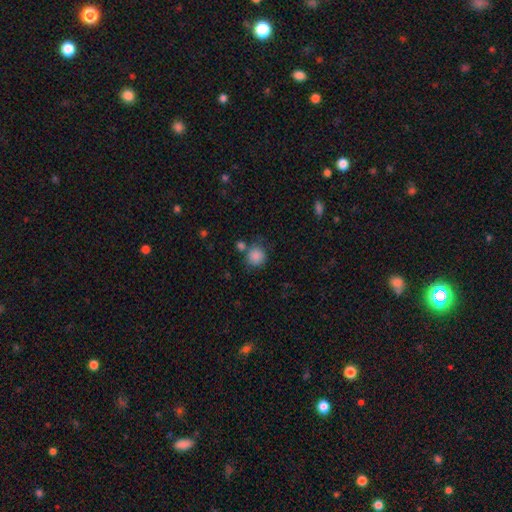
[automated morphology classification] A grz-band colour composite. It shows a smooth galaxy with no disk features (86%) that is round (89%). Merging: none (67%).